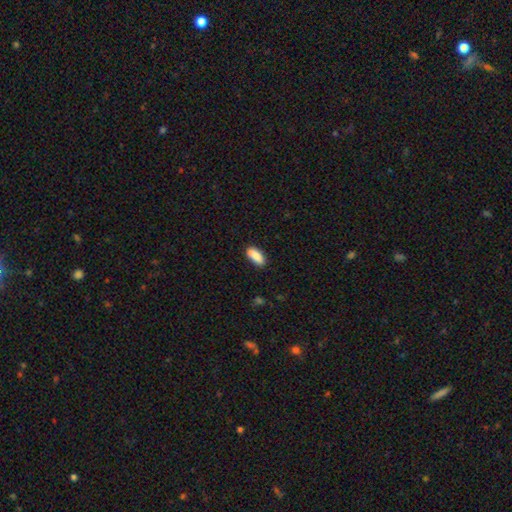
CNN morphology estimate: smooth-or-featured: smooth: 88% | star or artifact: 7% | featured or disk: 5%
  how-rounded: in between: 87% | cigar-shaped: 11% | round: 2%
  merging: none: 84% | minor disturbance: 12% | major disturbance: 2% | merger: 1%